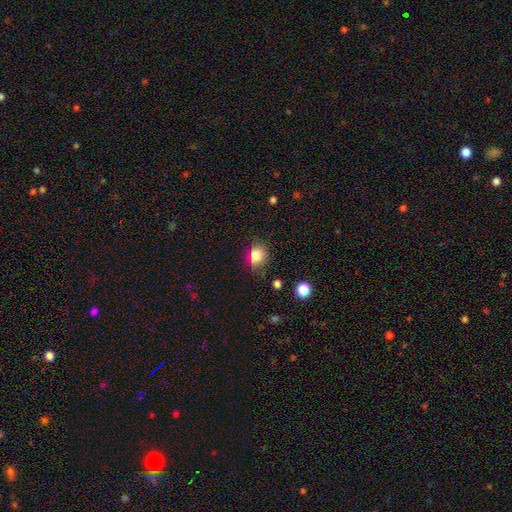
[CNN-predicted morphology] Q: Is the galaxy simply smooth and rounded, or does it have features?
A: smooth — 81%.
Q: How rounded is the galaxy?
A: round — 62%.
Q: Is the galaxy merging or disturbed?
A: none — 78%.